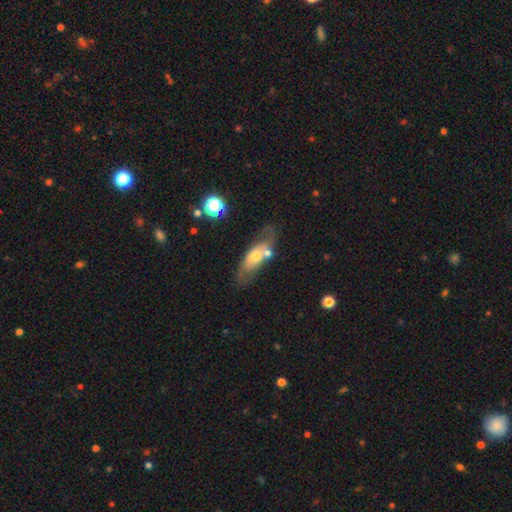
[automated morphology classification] The model was most divided on "smooth or featured": featured or disk: 50%, smooth: 42%, star or artifact: 8%. More confident: merging — none (55%).